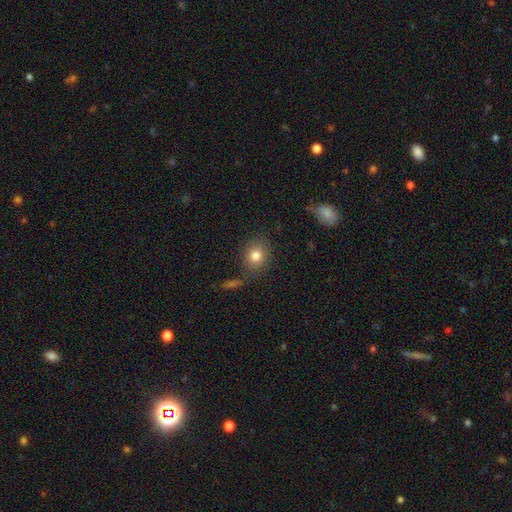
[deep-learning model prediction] A smooth galaxy with no disk features (80%) that is round (73%).

Vote fractions:
- Smooth or featured? smooth: 80% / star or artifact: 11% / featured or disk: 8%
- How rounded? round: 73% / in between: 26% / cigar-shaped: 1%
- Merging? none: 80% / minor disturbance: 11% / merger: 5% / major disturbance: 4%